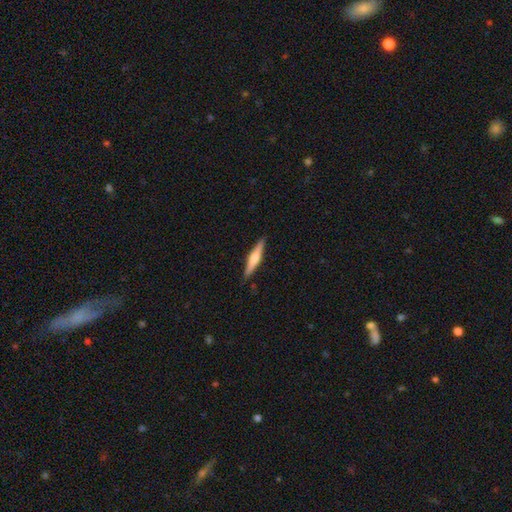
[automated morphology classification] A featured or disk galaxy (58%) viewed edge-on (97%) with a rounded central bulge (80%). Merging: none (90%).